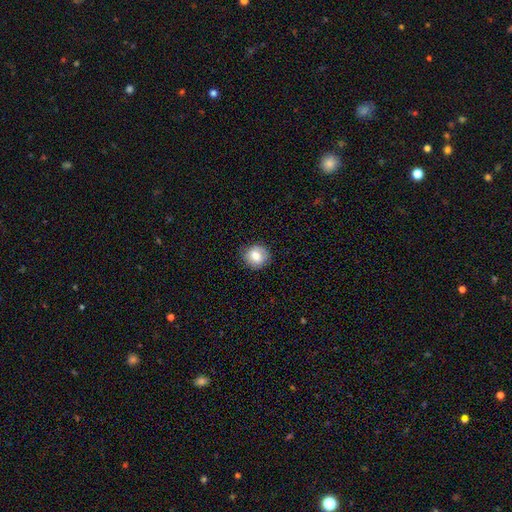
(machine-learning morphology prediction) Smooth or featured?
  - smooth: 76% *
  - featured or disk: 16%
  - star or artifact: 9%
How rounded?
  - round: 83% *
  - in between: 16%
  - cigar-shaped: 1%
Merging?
  - none: 84% *
  - minor disturbance: 12%
  - major disturbance: 3%
  - merger: 1%